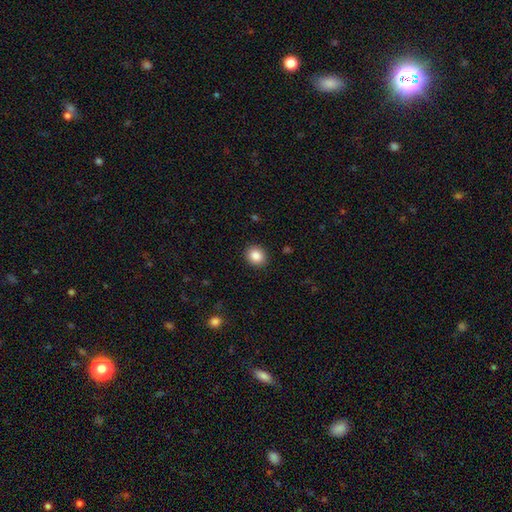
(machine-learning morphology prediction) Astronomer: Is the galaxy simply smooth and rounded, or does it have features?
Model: smooth — 87%.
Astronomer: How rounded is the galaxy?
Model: round — 72%.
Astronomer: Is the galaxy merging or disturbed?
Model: none — 91%.